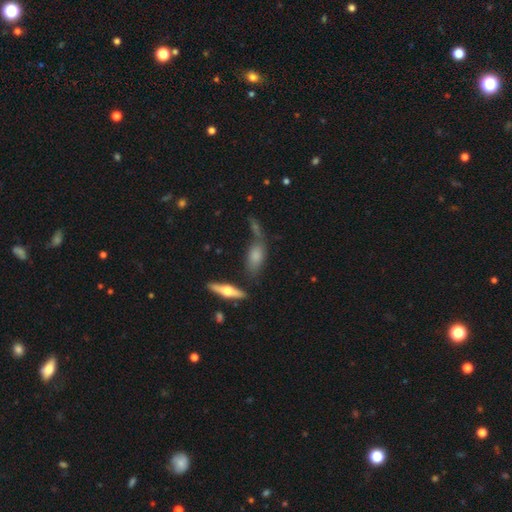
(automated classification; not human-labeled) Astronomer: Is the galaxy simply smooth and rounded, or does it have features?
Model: smooth — 63%.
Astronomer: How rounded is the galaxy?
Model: in between — 79%.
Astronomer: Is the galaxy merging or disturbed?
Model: none — 49%.